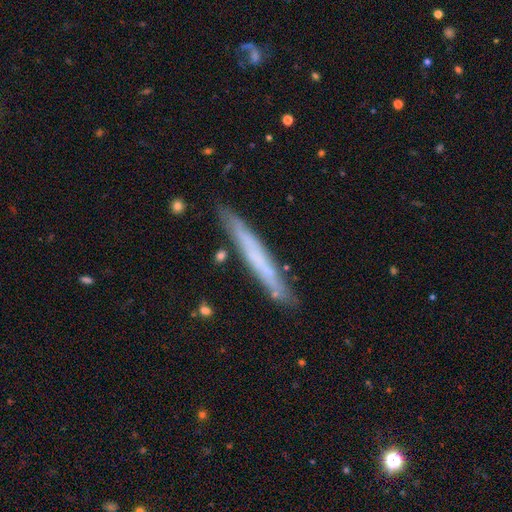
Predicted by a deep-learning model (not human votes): This is possibly a smooth galaxy (48%). Merging: clearly none (84%).